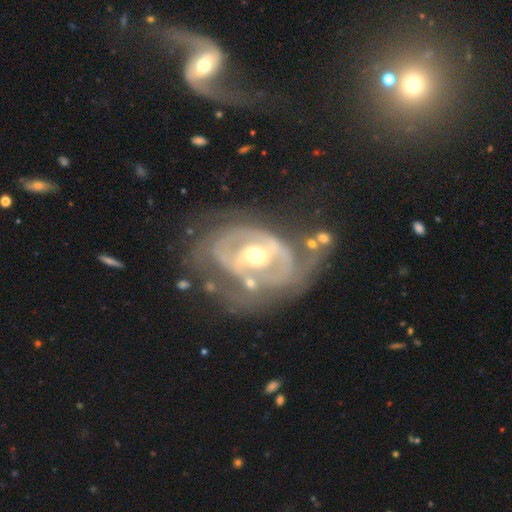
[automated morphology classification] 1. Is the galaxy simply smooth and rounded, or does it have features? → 86% featured or disk, 8% smooth, 5% star or artifact.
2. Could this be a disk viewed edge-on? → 97% no, 3% yes.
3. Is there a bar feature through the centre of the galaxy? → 38% weak, 37% strong, 25% no.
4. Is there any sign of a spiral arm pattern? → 82% yes, 18% no.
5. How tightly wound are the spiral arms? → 46% tight, 38% medium, 16% loose.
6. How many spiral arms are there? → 53% 2, 22% can't tell, 11% 3, 7% 1, 3% 4, 3% more than 4.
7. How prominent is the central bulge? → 66% moderate, 26% small, 5% large, 1% none, 1% dominant.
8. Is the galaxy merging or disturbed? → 50% none, 22% major disturbance, 21% minor disturbance, 7% merger.